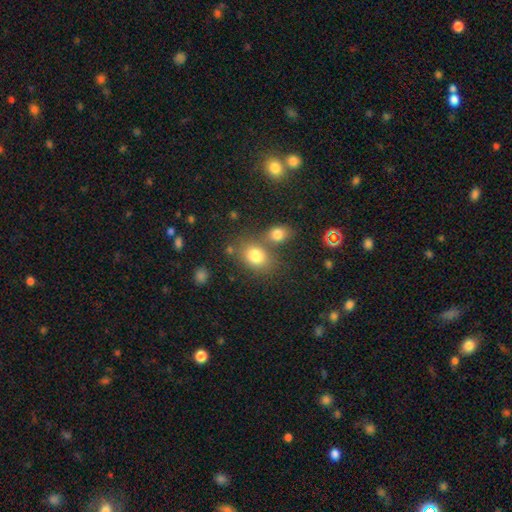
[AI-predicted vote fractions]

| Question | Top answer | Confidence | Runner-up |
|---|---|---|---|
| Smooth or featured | smooth | 79% | star or artifact (12%) |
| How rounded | in between | 53% | round (46%) |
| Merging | none | 57% | merger (28%) |